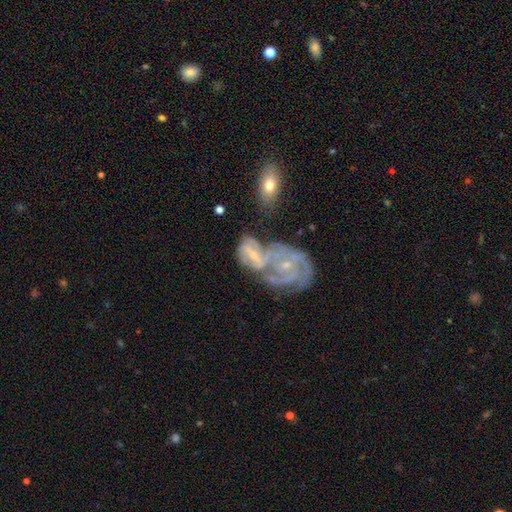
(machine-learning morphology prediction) smooth-or-featured: featured or disk: 80% | smooth: 12% | star or artifact: 8%
  disk-edge-on: no: 96% | yes: 4%
    bar: no: 59% | weak: 31% | strong: 10%
    has-spiral-arms: yes: 87% | no: 13%
      spiral-winding: tight: 53% | medium: 36% | loose: 11%
      spiral-arm-count: can't tell: 36% | 2: 23% | 3: 22% | 4: 8% | 1: 6% | more than 4: 5%
    bulge-size: small: 72% | moderate: 21% | none: 5% | large: 1% | dominant: 1%
  merging: merger: 57% | none: 20% | minor disturbance: 11% | major disturbance: 11%